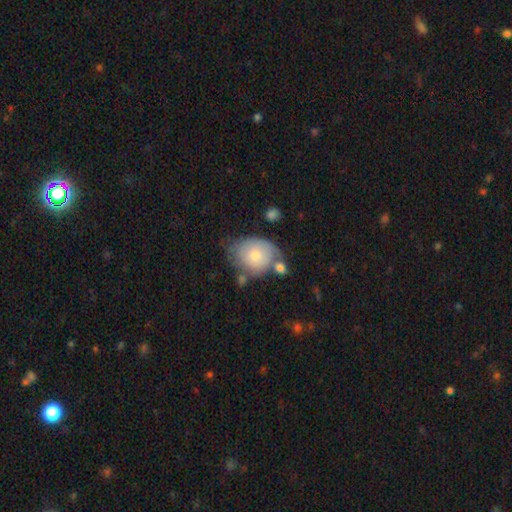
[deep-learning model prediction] smooth 69%, featured or disk 24%, star or artifact 6%. Down the decision tree: how rounded — in between (54%); merging — none (43%).